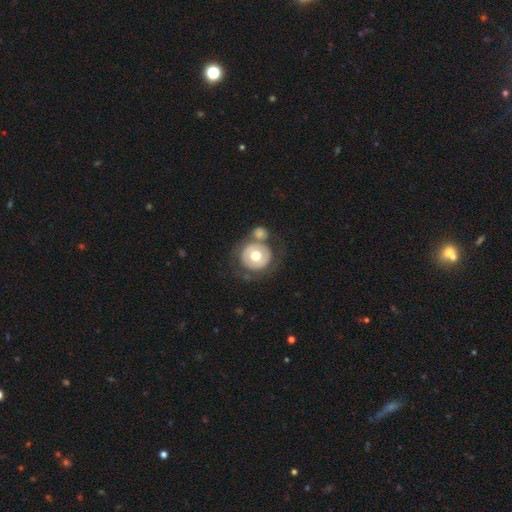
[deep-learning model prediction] Morphology: type=smooth (52%); roundness=round (92%); merging=none (59%).